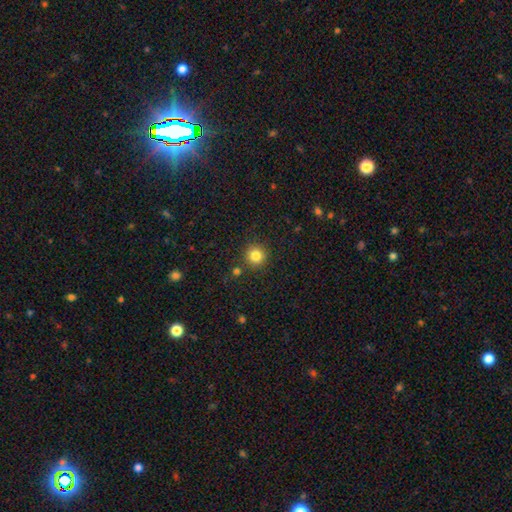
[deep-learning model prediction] smooth 83%, star or artifact 12%, featured or disk 5%. Down the decision tree: how rounded — round (94%); merging — none (87%).